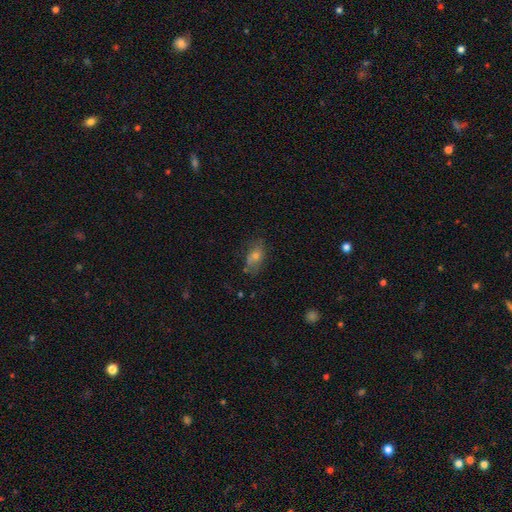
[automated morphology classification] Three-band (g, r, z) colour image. It shows a smooth galaxy with no disk features (54%) that is in between round and cigar-shaped (81%). Merging: none (65%).